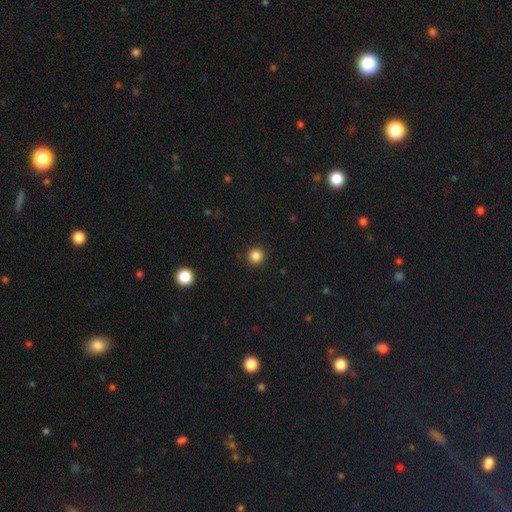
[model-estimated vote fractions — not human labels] Smooth or featured?
  - smooth: 85% *
  - star or artifact: 11%
  - featured or disk: 3%
How rounded?
  - round: 95% *
  - in between: 4%
  - cigar-shaped: 1%
Merging?
  - none: 93% *
  - minor disturbance: 4%
  - major disturbance: 2%
  - merger: 1%